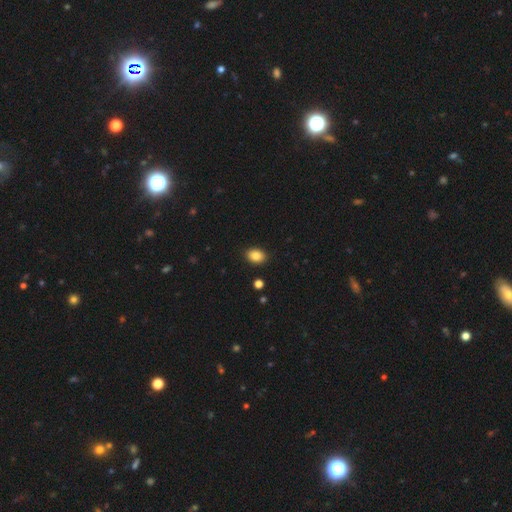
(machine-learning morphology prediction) smooth_or_featured: smooth (p=0.86) [alt: star or artifact p=0.09]
how_rounded: in between (p=0.72) [alt: round p=0.27]
merging: none (p=0.90) [alt: minor disturbance p=0.07]